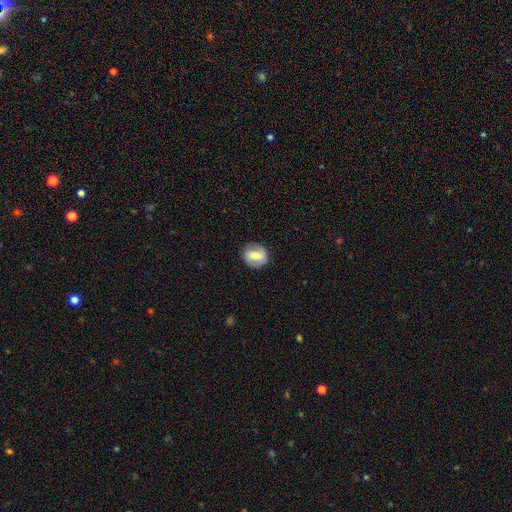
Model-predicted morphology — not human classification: type=smooth (49%); merging=none (84%).